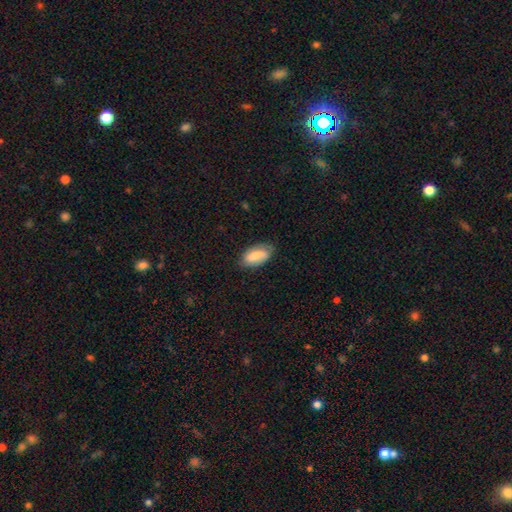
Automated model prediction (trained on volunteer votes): Smooth or featured? smooth (68%)
How rounded? in between (91%)
Merging? none (75%)